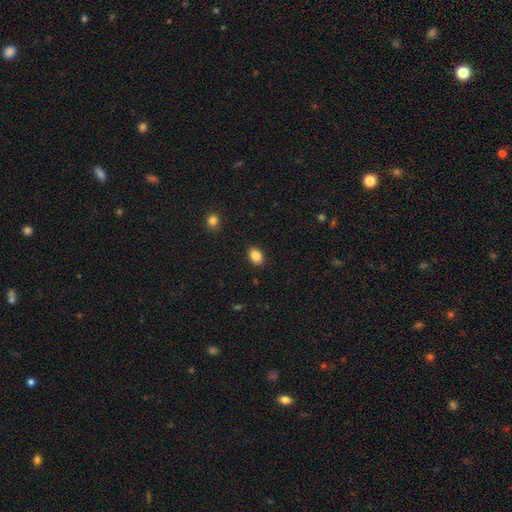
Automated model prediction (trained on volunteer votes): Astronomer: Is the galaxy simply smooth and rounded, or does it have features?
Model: smooth — 87%.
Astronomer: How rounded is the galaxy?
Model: in between — 78%.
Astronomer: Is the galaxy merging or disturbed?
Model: none — 88%.